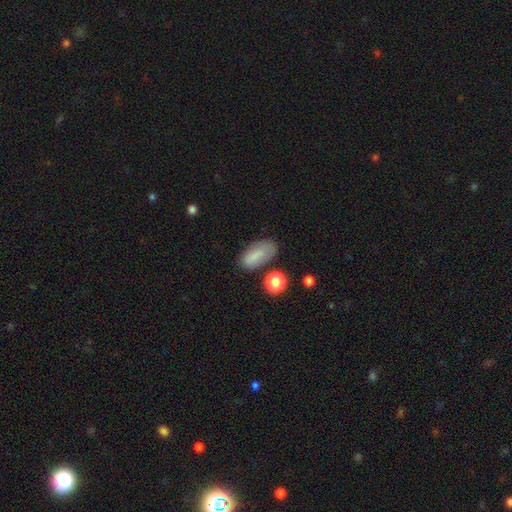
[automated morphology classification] A smooth galaxy with no disk features (80%) that is in between round and cigar-shaped (88%).

Vote fractions:
- Smooth or featured? smooth: 80% / featured or disk: 11% / star or artifact: 9%
- How rounded? in between: 88% / cigar-shaped: 7% / round: 5%
- Merging? none: 66% / minor disturbance: 22% / major disturbance: 7% / merger: 5%